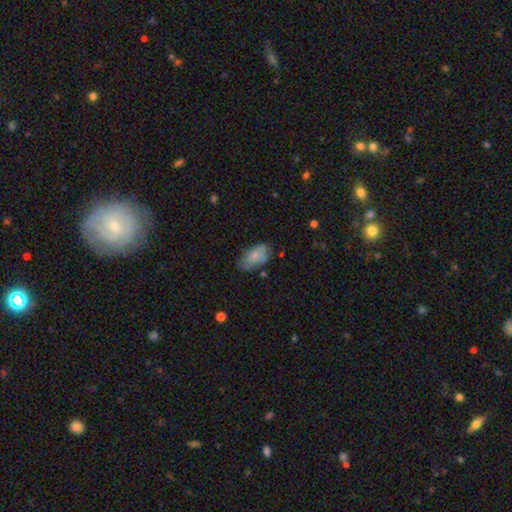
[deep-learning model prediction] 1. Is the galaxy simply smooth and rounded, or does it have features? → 72% smooth, 21% featured or disk, 7% star or artifact.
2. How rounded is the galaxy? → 93% in between, 4% round, 3% cigar-shaped.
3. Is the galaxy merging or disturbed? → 62% none, 26% minor disturbance, 8% major disturbance, 4% merger.